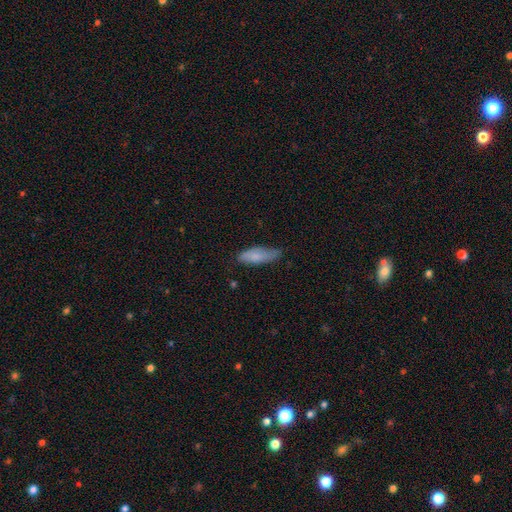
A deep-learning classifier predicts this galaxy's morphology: This is likely a smooth galaxy (77%). How rounded: likely in between (62%). Merging: likely none (66%).